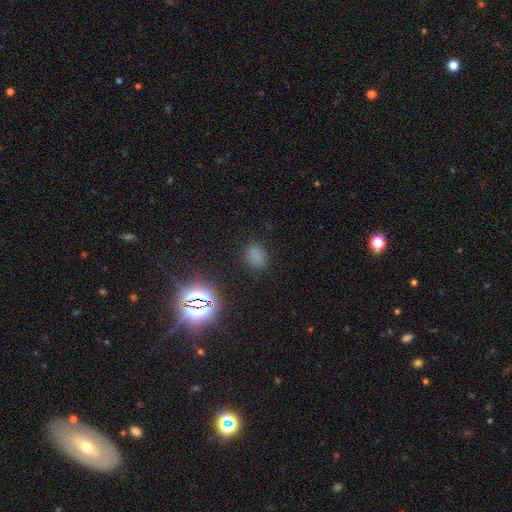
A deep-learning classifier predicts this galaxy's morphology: This appears to be a smooth galaxy with no disk features (70%) that is in between round and cigar-shaped (63%). Merging: none (82%).